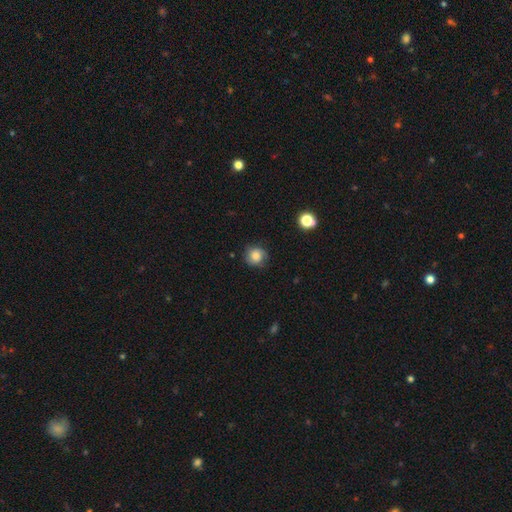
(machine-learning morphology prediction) Smooth or featured?
  - smooth: 81% *
  - star or artifact: 11%
  - featured or disk: 9%
How rounded?
  - round: 90% *
  - in between: 9%
  - cigar-shaped: 1%
Merging?
  - none: 81% *
  - minor disturbance: 14%
  - major disturbance: 3%
  - merger: 1%